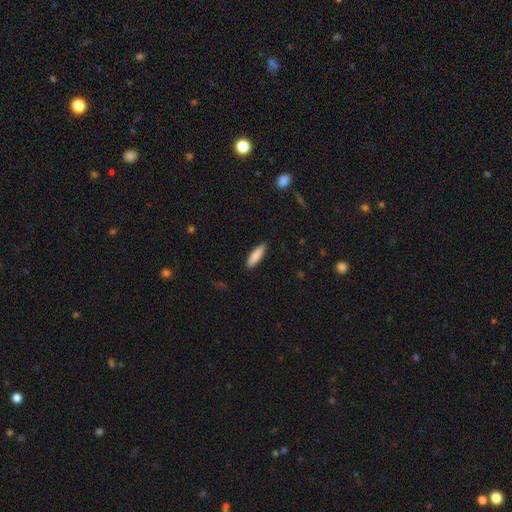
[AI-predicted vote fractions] This appears to be a smooth galaxy with no disk features (86%) that is cigar-shaped (57%). Merging: none (88%).